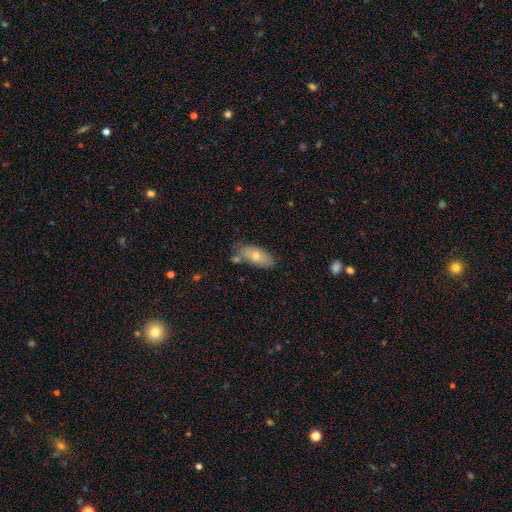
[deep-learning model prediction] Smooth or featured: smooth — 66% (featured or disk — 27%)
How rounded: in between — 85% (cigar-shaped — 12%)
Merging: none — 71% (minor disturbance — 17%)